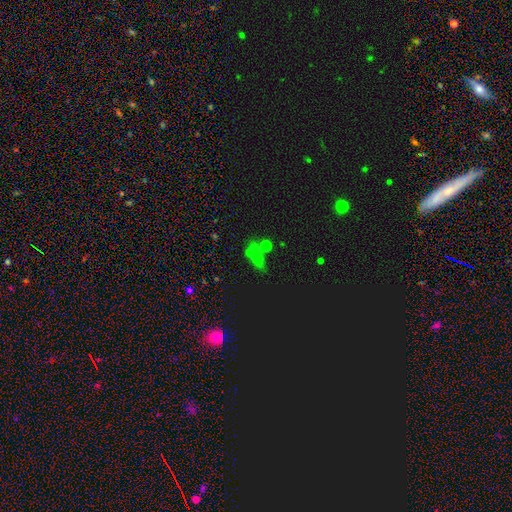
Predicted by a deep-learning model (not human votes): Q: Smooth or featured?
A: smooth (47%); runner-up: star or artifact (40%)
Q: Merging?
A: none (47%); runner-up: merger (19%)